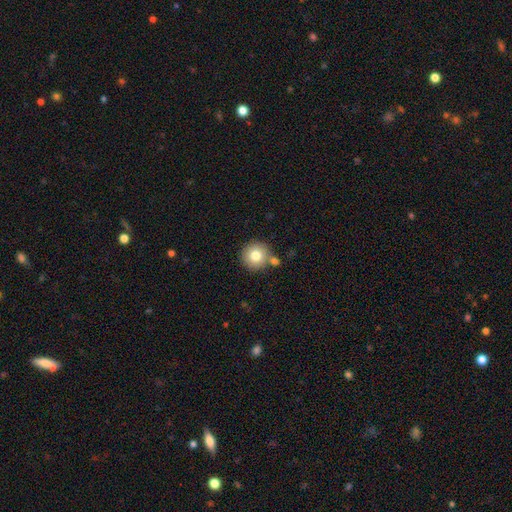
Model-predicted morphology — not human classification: smooth 79%, featured or disk 11%, star or artifact 9%. Down the decision tree: how rounded — round (95%); merging — none (73%).